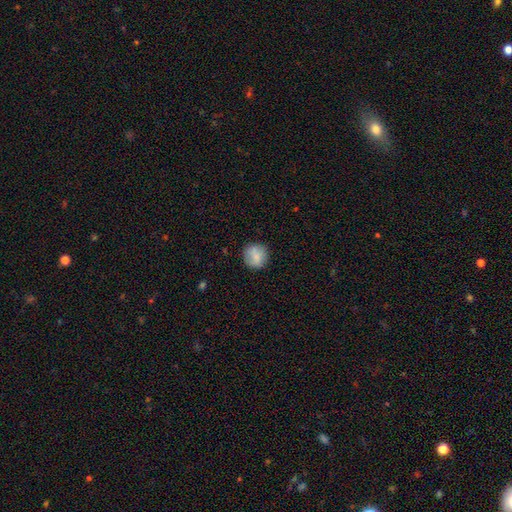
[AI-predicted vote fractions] smooth 80%, featured or disk 12%, star or artifact 8%. Down the decision tree: how rounded — round (93%); merging — none (85%).